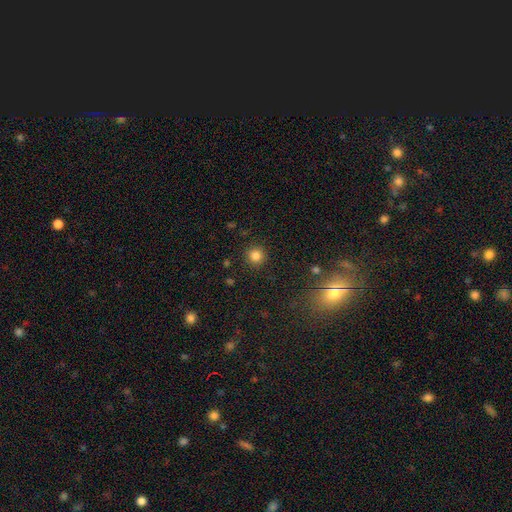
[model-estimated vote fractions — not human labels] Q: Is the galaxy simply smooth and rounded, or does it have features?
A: smooth — 83%.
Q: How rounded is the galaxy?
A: round — 94%.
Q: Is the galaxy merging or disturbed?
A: none — 91%.